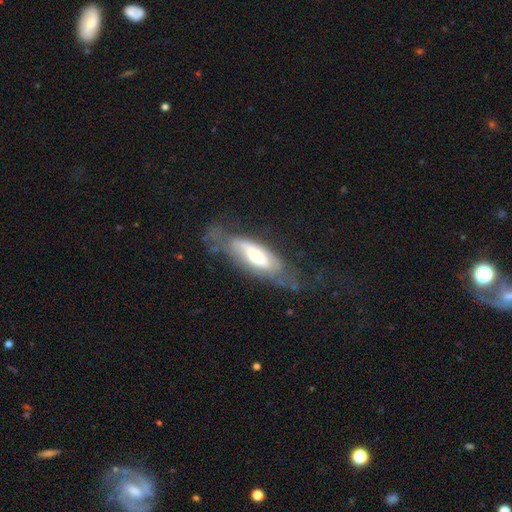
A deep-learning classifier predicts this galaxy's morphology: type=featured or disk (58%); edge-on=no (71%); merging=none (42%).